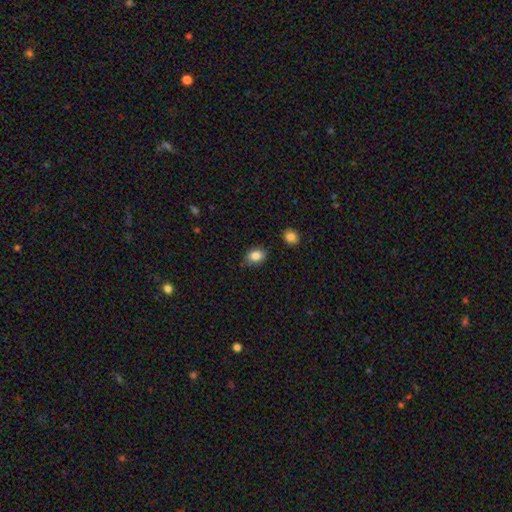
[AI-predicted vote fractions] Smooth or featured: smooth — 84% (star or artifact — 9%)
How rounded: in between — 70% (round — 29%)
Merging: none — 77% (minor disturbance — 17%)